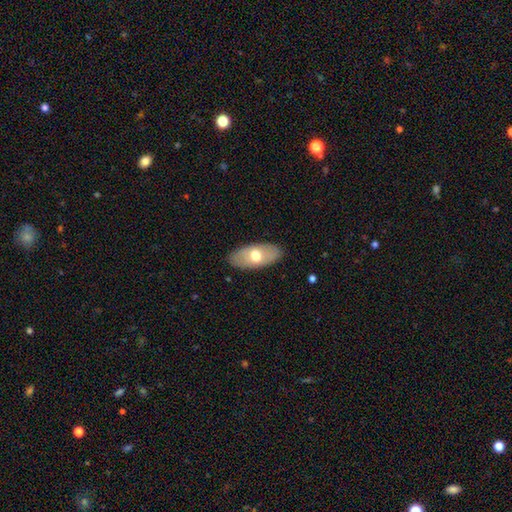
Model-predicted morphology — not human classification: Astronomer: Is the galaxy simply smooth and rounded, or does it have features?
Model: smooth — 61%.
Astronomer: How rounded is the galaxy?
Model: in between — 90%.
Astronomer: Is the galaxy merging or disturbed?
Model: none — 86%.